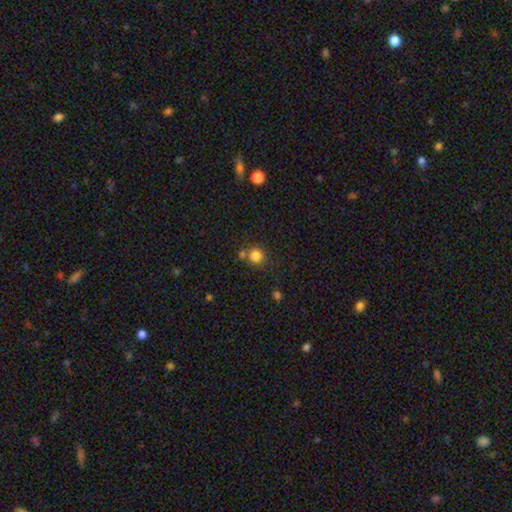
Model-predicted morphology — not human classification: This appears to be a smooth galaxy with no disk features (82%) that is round (90%). Merging: none (70%).